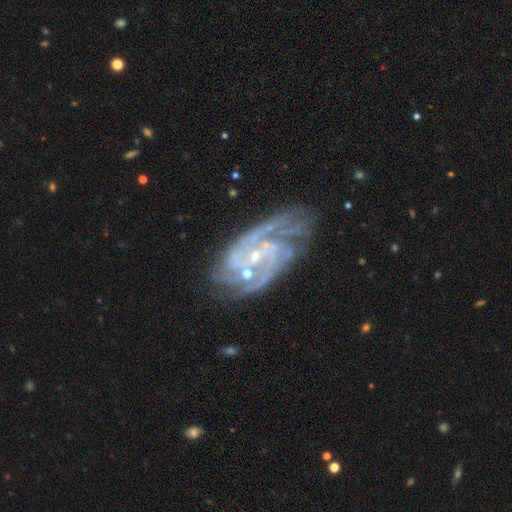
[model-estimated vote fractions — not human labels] smooth-or-featured: featured or disk: 89% | star or artifact: 7% | smooth: 4%
  disk-edge-on: no: 96% | yes: 4%
    bar: no: 46% | weak: 38% | strong: 15%
    has-spiral-arms: yes: 97% | no: 3%
      spiral-winding: tight: 46% | medium: 44% | loose: 10%
      spiral-arm-count: 2: 29% | 3: 25% | can't tell: 17% | 4: 14% | more than 4: 8% | 1: 7%
    bulge-size: small: 79% | moderate: 16% | none: 4% | large: 1% | dominant: 1%
  merging: none: 59% | minor disturbance: 21% | major disturbance: 12% | merger: 9%